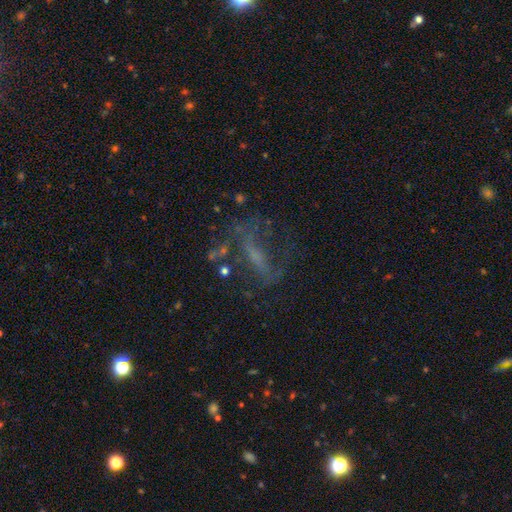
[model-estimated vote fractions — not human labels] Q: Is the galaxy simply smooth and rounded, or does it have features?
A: featured or disk — 55%.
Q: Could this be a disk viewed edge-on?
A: no — 80%.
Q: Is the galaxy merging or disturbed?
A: none — 49%.